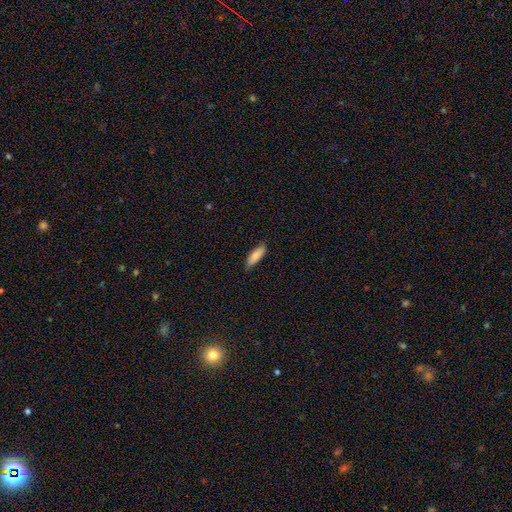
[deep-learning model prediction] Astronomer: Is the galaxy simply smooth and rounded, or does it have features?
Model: smooth — 84%.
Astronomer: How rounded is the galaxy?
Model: in between — 49%, tied with cigar-shaped at 49%.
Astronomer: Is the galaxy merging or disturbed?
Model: none — 82%.